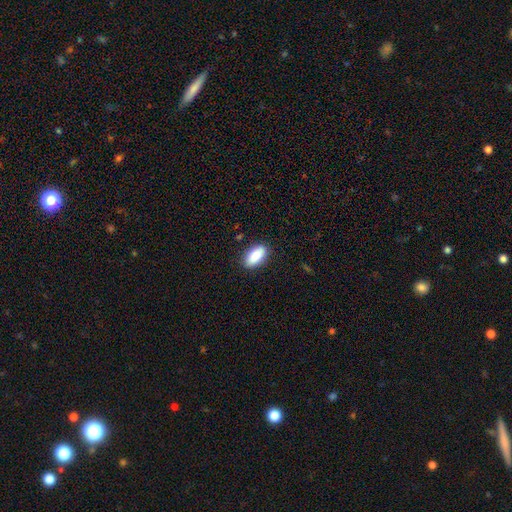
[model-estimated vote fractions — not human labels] The model was most divided on "merging": none: 86%, minor disturbance: 10%, major disturbance: 2%, merger: 1%. More confident: how rounded — in between (89%); smooth or featured — smooth (87%).